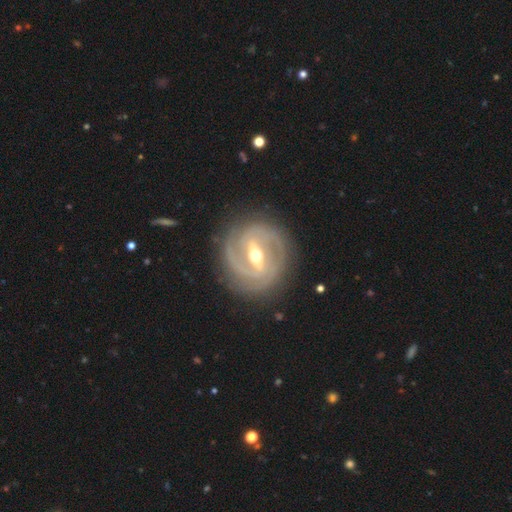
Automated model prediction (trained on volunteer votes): A featured or disk galaxy (90%) with a strong bar (64%), 2 (50%) tight (69%) spiral arms (96%) and a moderate central bulge (68%).

Vote fractions:
- Smooth or featured? featured or disk: 90% / smooth: 6% / star or artifact: 4%
- Edge-on disk? no: 96% / yes: 4%
- Bar? strong: 64% / weak: 29% / no: 8%
- Spiral arms? yes: 96% / no: 4%
- Spiral winding? tight: 69% / medium: 26% / loose: 5%
- Spiral arm count? 2: 50% / 3: 25% / can't tell: 12% / 4: 6% / 1: 4% / more than 4: 4%
- Bulge size? moderate: 68% / small: 27% / large: 3% / dominant: 1% / none: 1%
- Merging? none: 83% / minor disturbance: 12% / major disturbance: 4% / merger: 1%